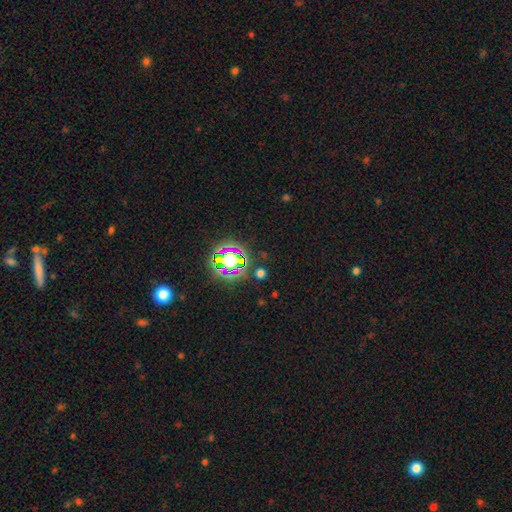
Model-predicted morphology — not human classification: The model was most divided on "smooth or featured": star or artifact: 79%, smooth: 13%, featured or disk: 7%.